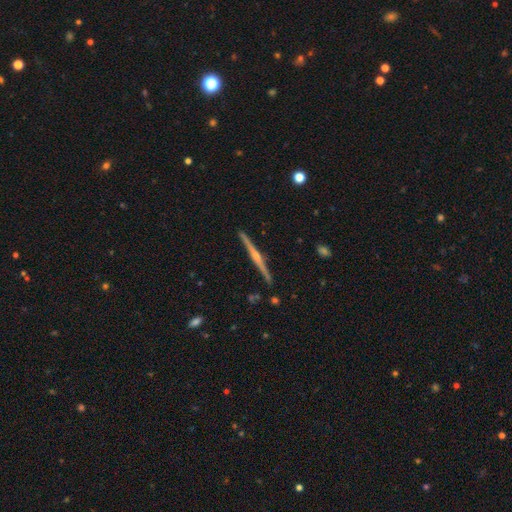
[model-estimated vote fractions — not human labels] The model was most divided on "smooth or featured": featured or disk: 83%, smooth: 11%, star or artifact: 5%. More confident: edge-on disk — yes (99%); merging — none (92%); edge-on bulge — rounded (83%).